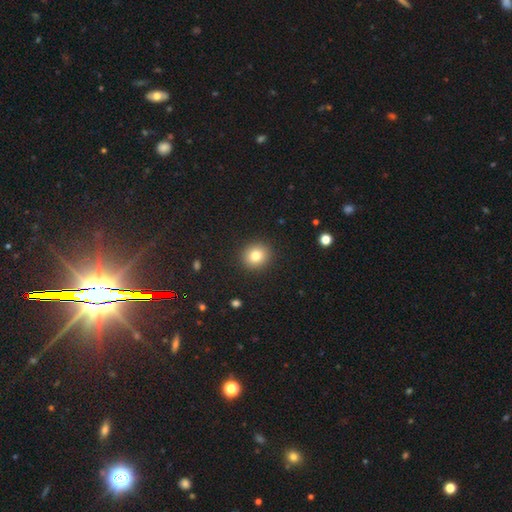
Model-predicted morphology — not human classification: smooth 80%, star or artifact 11%, featured or disk 8%. Down the decision tree: how rounded — round (87%); merging — none (91%).